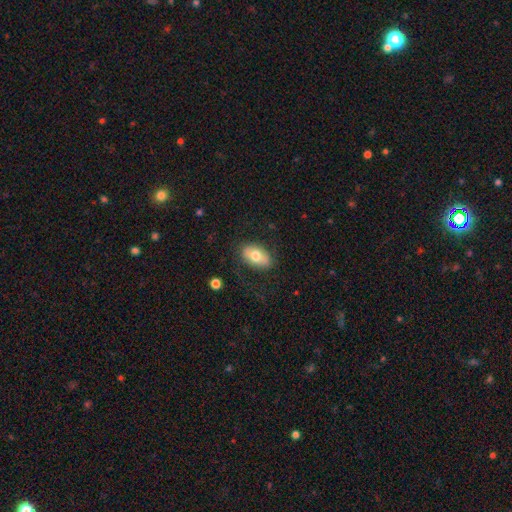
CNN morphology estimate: smooth_or_featured: smooth (p=0.66) [alt: featured or disk p=0.27]
how_rounded: in between (p=0.90) [alt: round p=0.07]
merging: none (p=0.78) [alt: minor disturbance p=0.15]